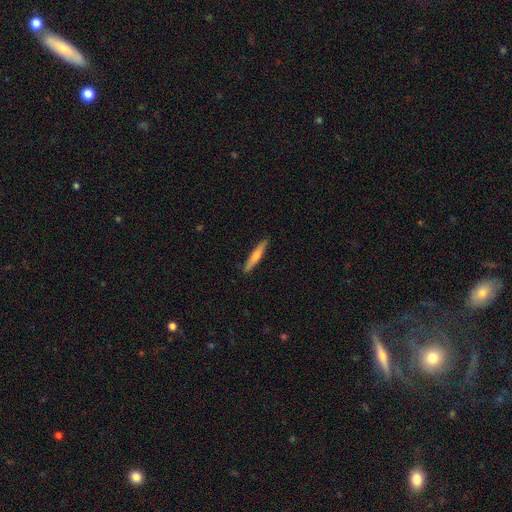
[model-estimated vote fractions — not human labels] This appears to be a smooth galaxy with no disk features (52%) that is cigar-shaped (92%). Merging: none (90%).